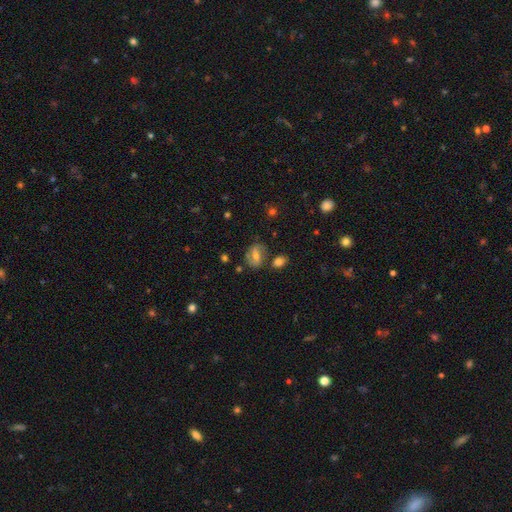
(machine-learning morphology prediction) A featured or disk galaxy (47%).

Vote fractions:
- Smooth or featured? featured or disk: 47% / smooth: 43% / star or artifact: 10%
- Merging? none: 66% / minor disturbance: 19% / merger: 7% / major disturbance: 7%